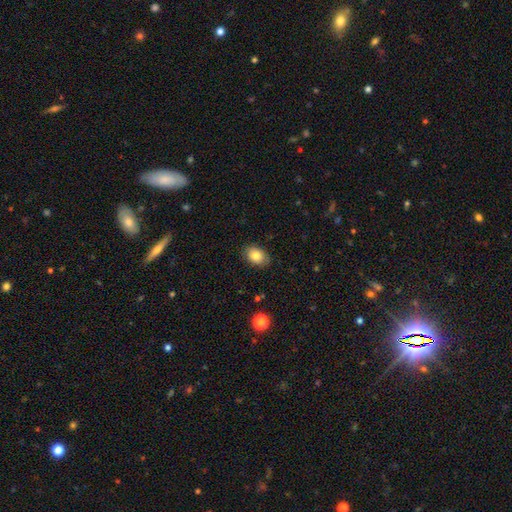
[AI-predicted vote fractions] This appears to be a smooth galaxy with no disk features (82%) that is in between round and cigar-shaped (79%). Merging: none (83%).